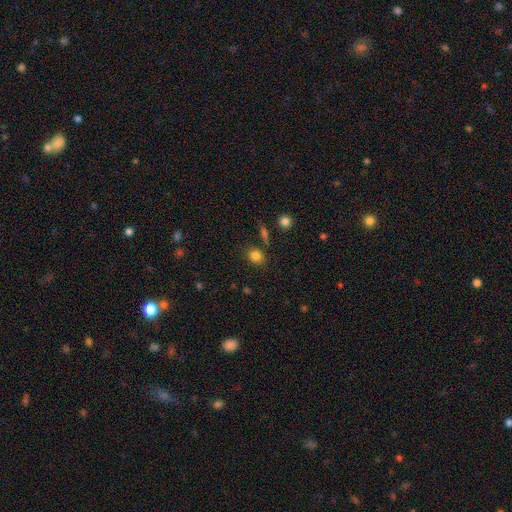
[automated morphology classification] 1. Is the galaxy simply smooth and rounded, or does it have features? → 82% smooth, 12% star or artifact, 6% featured or disk.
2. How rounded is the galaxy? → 60% round, 39% in between, 1% cigar-shaped.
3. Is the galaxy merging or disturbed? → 79% none, 12% minor disturbance, 5% merger, 4% major disturbance.